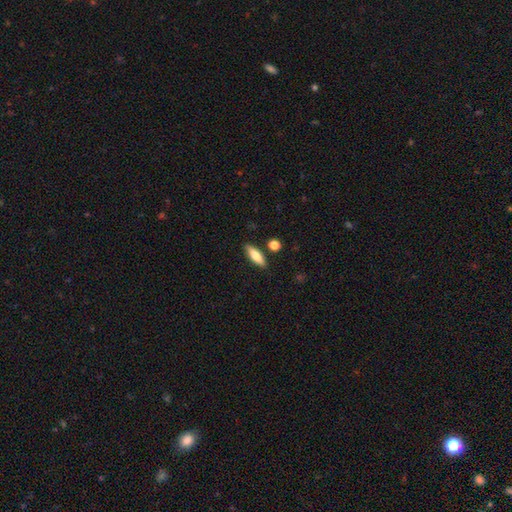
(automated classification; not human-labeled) smooth-or-featured: smooth: 72% | featured or disk: 21% | star or artifact: 7%
  how-rounded: in between: 50% | cigar-shaped: 47% | round: 3%
  merging: none: 84% | minor disturbance: 10% | merger: 4% | major disturbance: 2%